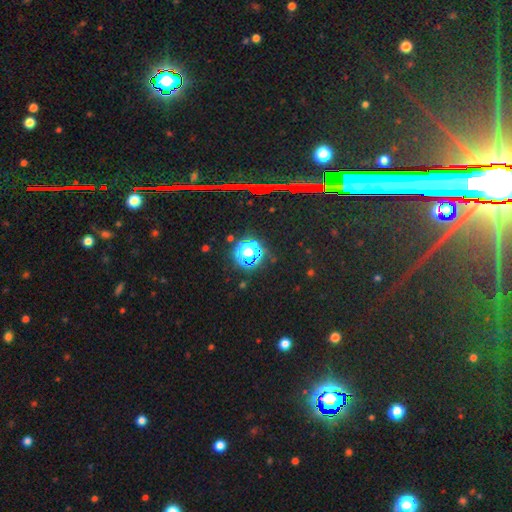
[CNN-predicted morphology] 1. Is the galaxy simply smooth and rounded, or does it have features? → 77% star or artifact, 14% smooth, 9% featured or disk.